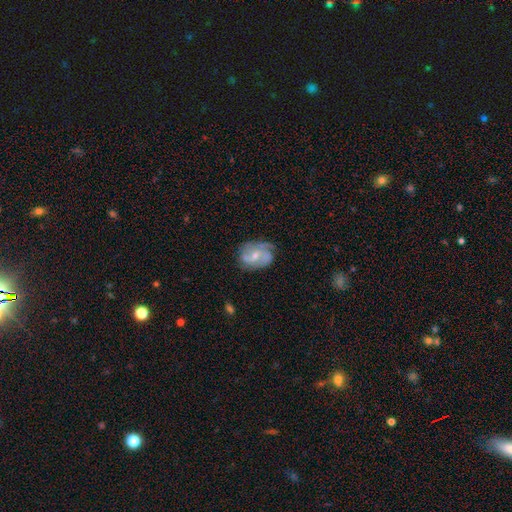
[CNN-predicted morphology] featured or disk 71%, smooth 22%, star or artifact 7%. Down the decision tree: edge-on disk — no (97%); bar — no (52%); spiral arms — yes (88%); spiral arm count — 2 (42%); spiral winding — medium (45%); bulge size — moderate (48%); merging — none (60%).